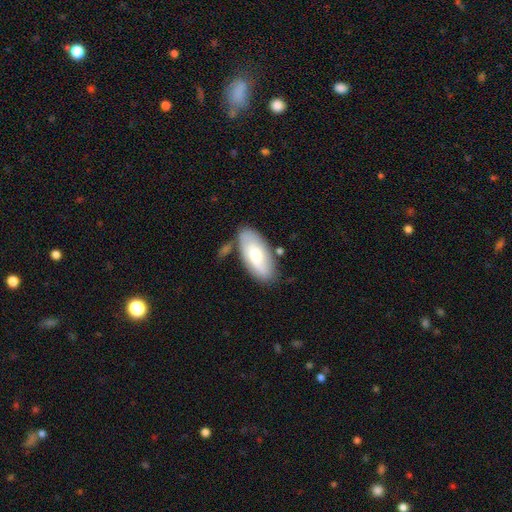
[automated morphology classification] Smooth or featured: smooth — 66% (featured or disk — 28%)
How rounded: in between — 90% (cigar-shaped — 7%)
Merging: none — 70% (minor disturbance — 17%)